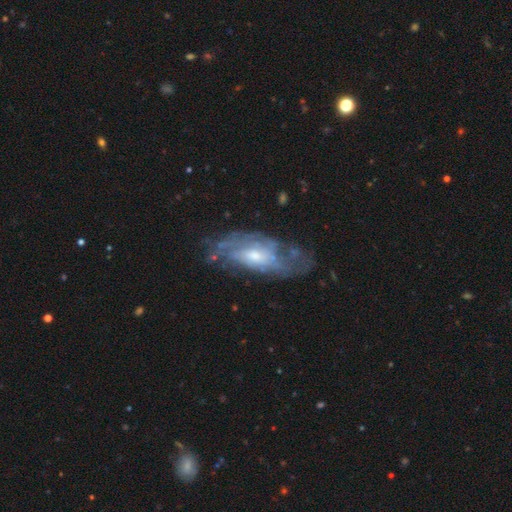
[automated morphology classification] Smooth or featured? featured or disk (75%)
Edge-on disk? no (88%)
Bar? no (65%)
Spiral arms? yes (77%)
Spiral winding? tight (46%)
Spiral arm count? can't tell (56%)
Bulge size? moderate (51%)
Merging? none (57%)